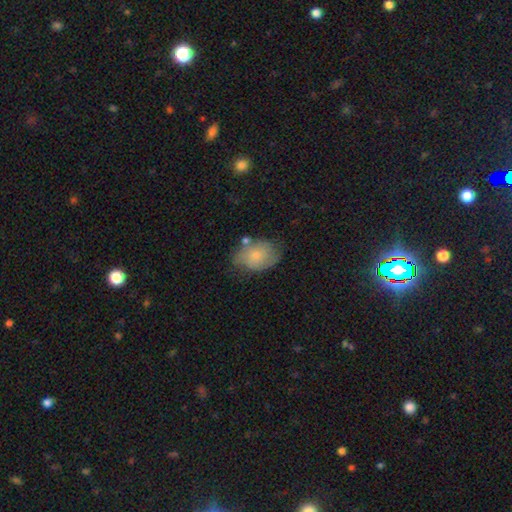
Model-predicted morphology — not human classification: Smooth or featured? Predicted: smooth (p=0.64). How rounded? Predicted: in between (p=0.77). Merging? Predicted: none (p=0.54).